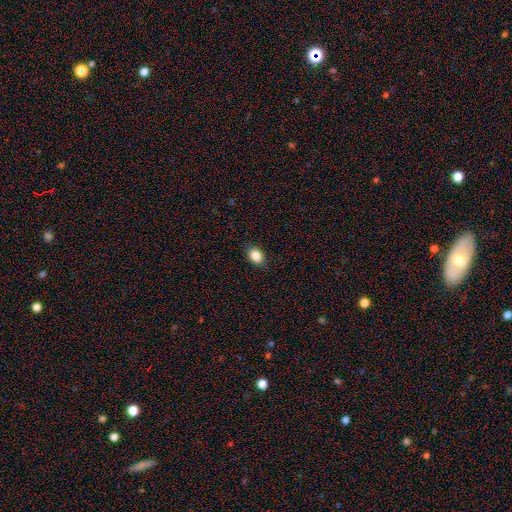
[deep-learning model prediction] Smooth or featured?
  - smooth: 87% *
  - star or artifact: 9%
  - featured or disk: 4%
How rounded?
  - in between: 66% *
  - round: 33%
  - cigar-shaped: 1%
Merging?
  - none: 90% *
  - minor disturbance: 7%
  - major disturbance: 2%
  - merger: 1%